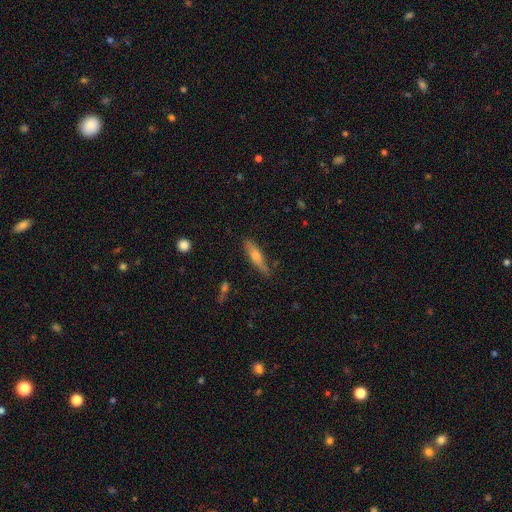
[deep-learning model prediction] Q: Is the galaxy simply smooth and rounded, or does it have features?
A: smooth — 62%.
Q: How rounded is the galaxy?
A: cigar-shaped — 73%.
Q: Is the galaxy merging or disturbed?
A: none — 75%.